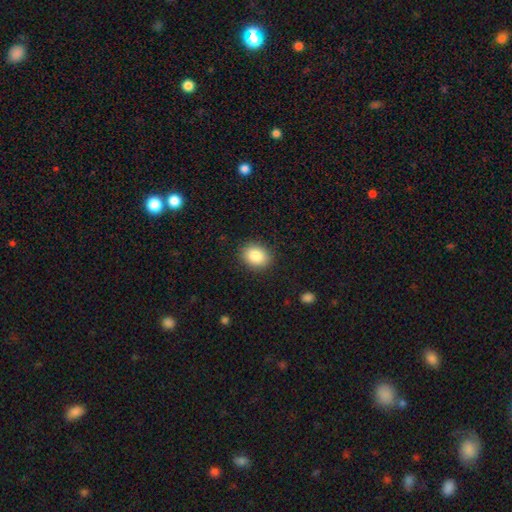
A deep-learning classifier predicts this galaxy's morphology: A smooth galaxy with no disk features (86%) that is in between round and cigar-shaped (50%).

Vote fractions:
- Smooth or featured? smooth: 86% / star or artifact: 8% / featured or disk: 5%
- How rounded? in between: 50% / round: 49% / cigar-shaped: 1%
- Merging? none: 88% / minor disturbance: 8% / major disturbance: 2% / merger: 1%